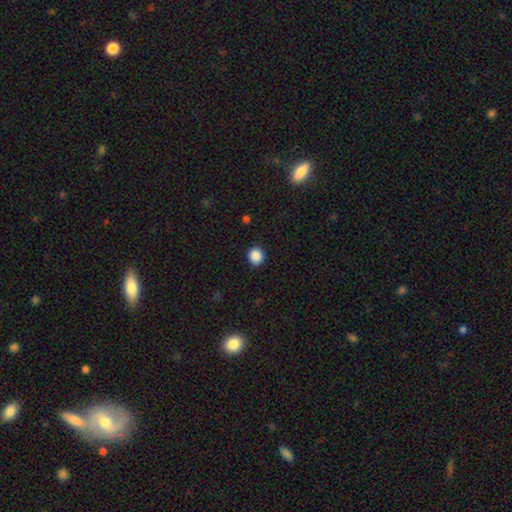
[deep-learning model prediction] smooth-or-featured: smooth: 88% | star or artifact: 10% | featured or disk: 3%
  how-rounded: round: 80% | in between: 19% | cigar-shaped: 1%
  merging: none: 90% | minor disturbance: 7% | major disturbance: 2% | merger: 1%